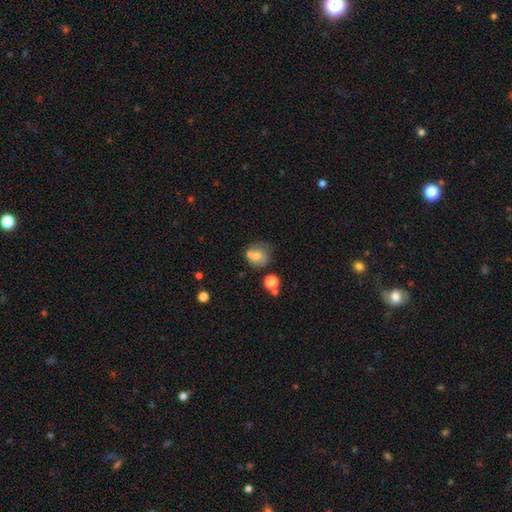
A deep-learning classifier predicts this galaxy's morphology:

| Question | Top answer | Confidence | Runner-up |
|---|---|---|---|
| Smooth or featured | smooth | 68% | featured or disk (21%) |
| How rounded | round | 74% | in between (25%) |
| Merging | none | 43% | merger (30%) |